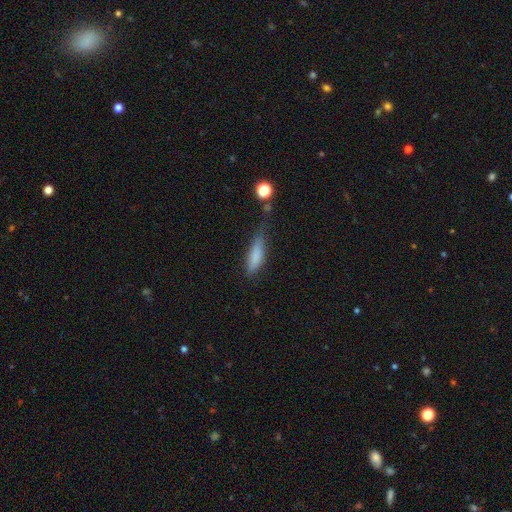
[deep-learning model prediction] Q: Smooth or featured?
A: smooth (79%); runner-up: featured or disk (13%)
Q: How rounded?
A: cigar-shaped (59%); runner-up: in between (38%)
Q: Merging?
A: none (47%); runner-up: minor disturbance (35%)